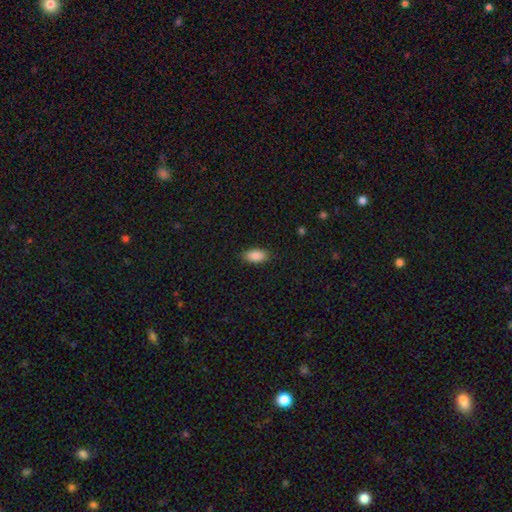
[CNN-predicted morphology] smooth-or-featured: smooth: 89% | star or artifact: 7% | featured or disk: 4%
  how-rounded: in between: 92% | cigar-shaped: 5% | round: 3%
  merging: none: 86% | minor disturbance: 10% | major disturbance: 2% | merger: 1%